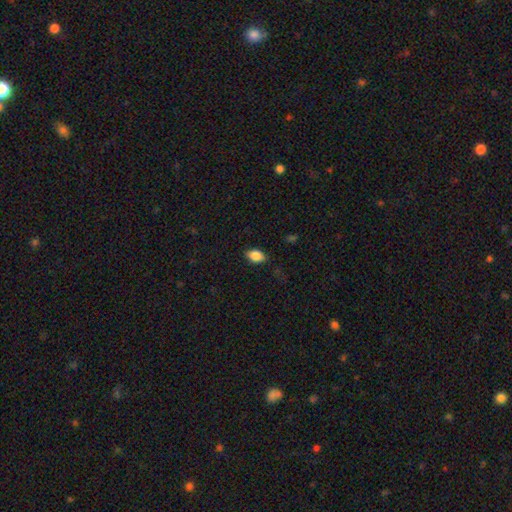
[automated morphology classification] smooth_or_featured: smooth (p=0.83) [alt: featured or disk p=0.09]
how_rounded: in between (p=0.87) [alt: round p=0.10]
merging: none (p=0.84) [alt: minor disturbance p=0.12]